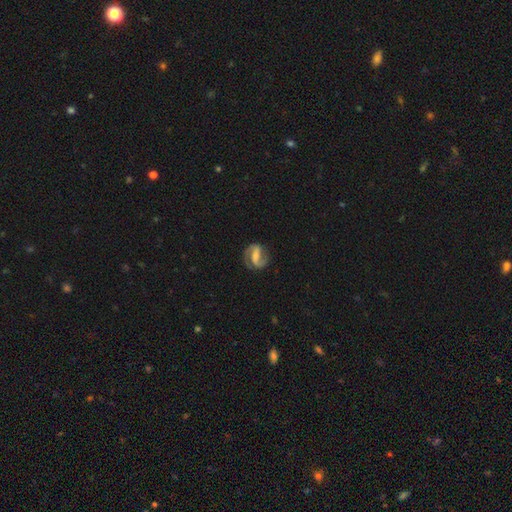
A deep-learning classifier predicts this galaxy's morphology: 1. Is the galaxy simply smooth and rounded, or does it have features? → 87% featured or disk, 8% smooth, 5% star or artifact.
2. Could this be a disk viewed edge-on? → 98% no, 2% yes.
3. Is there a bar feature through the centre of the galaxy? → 51% strong, 36% weak, 14% no.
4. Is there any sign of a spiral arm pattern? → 96% yes, 4% no.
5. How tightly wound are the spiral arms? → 54% medium, 25% tight, 21% loose.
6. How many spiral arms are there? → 90% 2, 4% 1, 3% can't tell, 1% 3, 1% 4, 1% more than 4.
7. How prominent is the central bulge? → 40% small, 30% moderate, 23% none, 5% large, 1% dominant.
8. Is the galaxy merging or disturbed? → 78% none, 14% minor disturbance, 6% major disturbance, 2% merger.